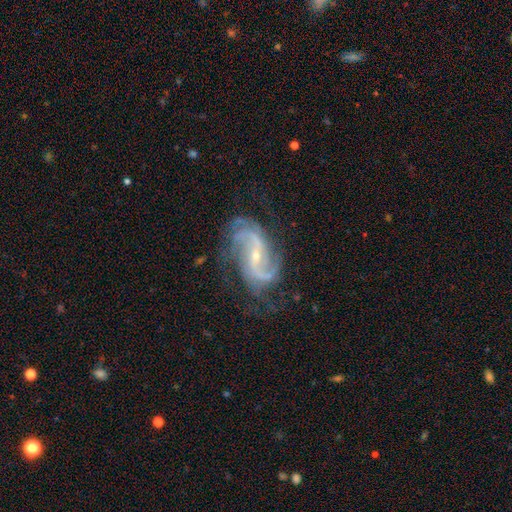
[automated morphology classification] Smooth or featured? Predicted: featured or disk (p=0.91). Edge-on disk? Predicted: no (p=0.97). Bar? Predicted: weak (p=0.41). Spiral arms? Predicted: yes (p=0.98). Spiral winding? Predicted: medium (p=0.45). Spiral arm count? Predicted: 2 (p=0.66). Bulge size? Predicted: small (p=0.75). Merging? Predicted: none (p=0.67).